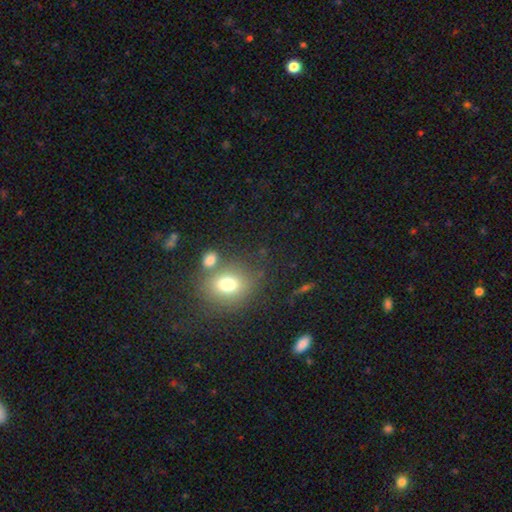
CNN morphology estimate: A smooth galaxy with no disk features (63%) that is round (58%).

Vote fractions:
- Smooth or featured? smooth: 63% / star or artifact: 25% / featured or disk: 12%
- How rounded? round: 58% / in between: 40% / cigar-shaped: 2%
- Merging? none: 70% / merger: 13% / minor disturbance: 12% / major disturbance: 5%